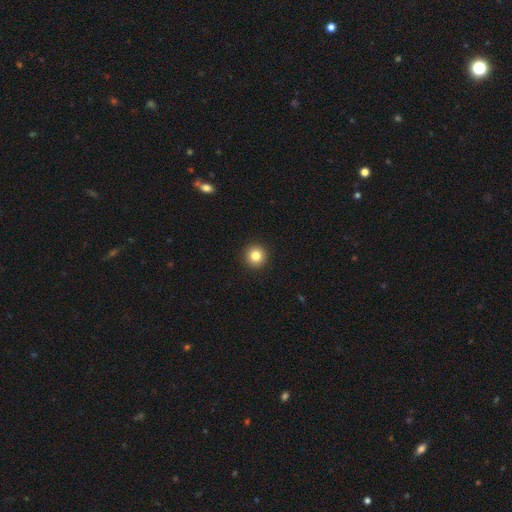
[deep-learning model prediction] smooth 83%, star or artifact 11%, featured or disk 6%. Down the decision tree: how rounded — round (96%); merging — none (94%).